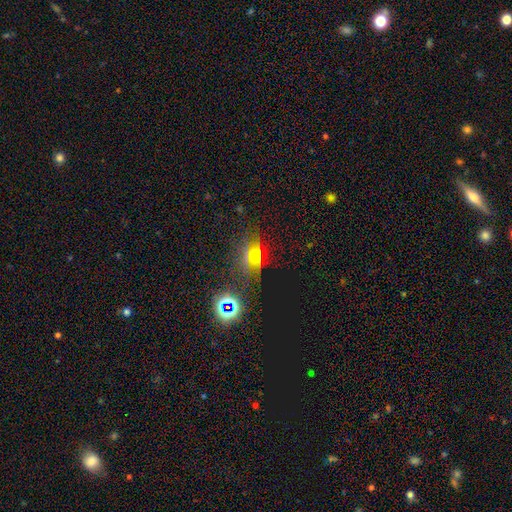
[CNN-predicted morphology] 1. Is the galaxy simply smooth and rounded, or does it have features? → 51% star or artifact, 33% smooth, 16% featured or disk.